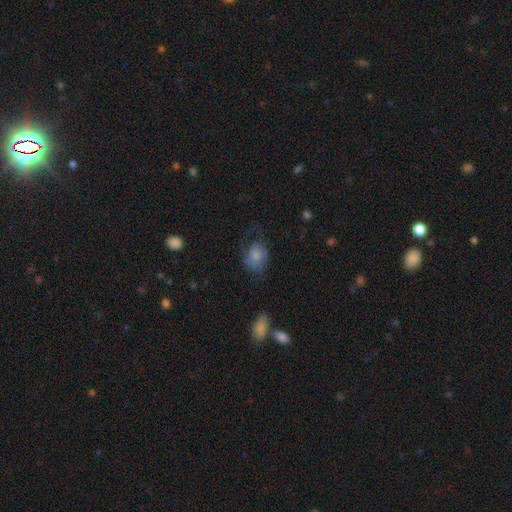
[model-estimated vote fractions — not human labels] Smooth or featured? smooth (68%)
How rounded? in between (58%)
Merging? major disturbance (36%, tied with none)